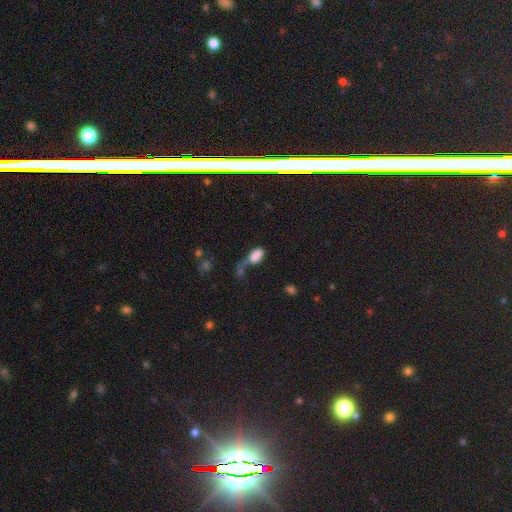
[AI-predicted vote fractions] Smooth or featured? Predicted: smooth (p=0.81). How rounded? Predicted: in between (p=0.90). Merging? Predicted: merger (p=0.33).